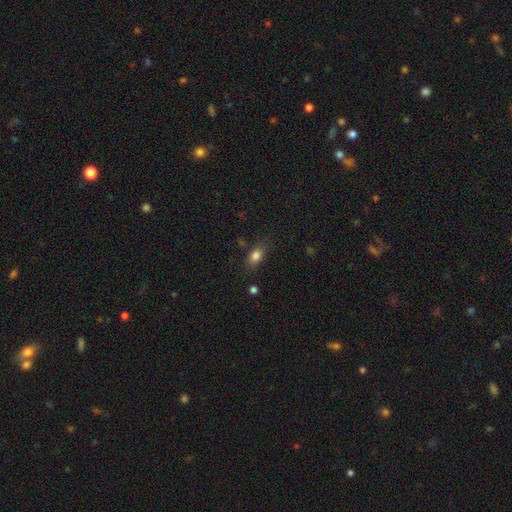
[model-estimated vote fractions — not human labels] Q: Smooth or featured?
A: smooth (81%); runner-up: star or artifact (10%)
Q: How rounded?
A: in between (78%); runner-up: round (15%)
Q: Merging?
A: none (76%); runner-up: minor disturbance (17%)